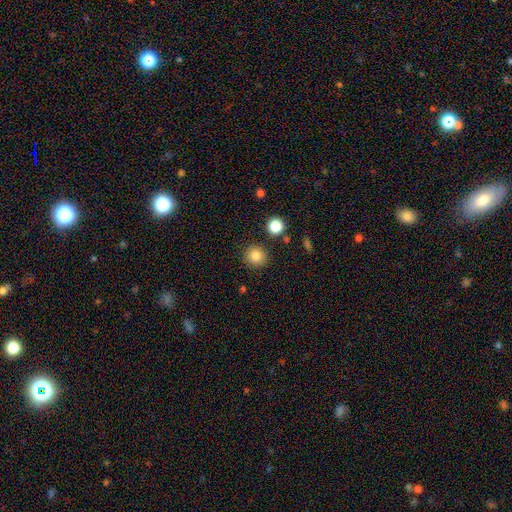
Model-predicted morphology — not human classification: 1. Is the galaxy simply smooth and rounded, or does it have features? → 84% smooth, 11% star or artifact, 5% featured or disk.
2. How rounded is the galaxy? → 92% round, 7% in between, 1% cigar-shaped.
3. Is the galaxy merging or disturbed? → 88% none, 7% minor disturbance, 3% merger, 2% major disturbance.